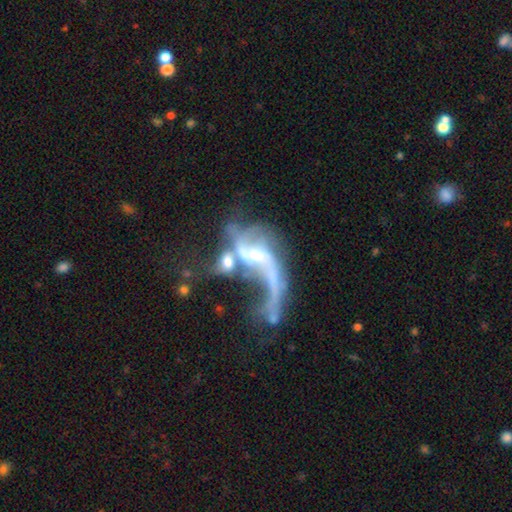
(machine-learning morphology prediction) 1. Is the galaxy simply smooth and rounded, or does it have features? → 80% featured or disk, 10% star or artifact, 10% smooth.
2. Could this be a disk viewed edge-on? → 95% no, 5% yes.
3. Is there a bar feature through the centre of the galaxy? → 52% no, 33% weak, 14% strong.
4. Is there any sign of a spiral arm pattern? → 80% yes, 20% no.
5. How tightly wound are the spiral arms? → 81% loose, 15% medium, 4% tight.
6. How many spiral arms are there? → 45% 2, 26% 1, 15% can't tell, 8% 3, 3% 4, 3% more than 4.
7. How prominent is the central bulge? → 54% small, 34% moderate, 8% none, 3% large, 1% dominant.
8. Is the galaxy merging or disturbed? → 45% merger, 32% major disturbance, 15% none, 8% minor disturbance.